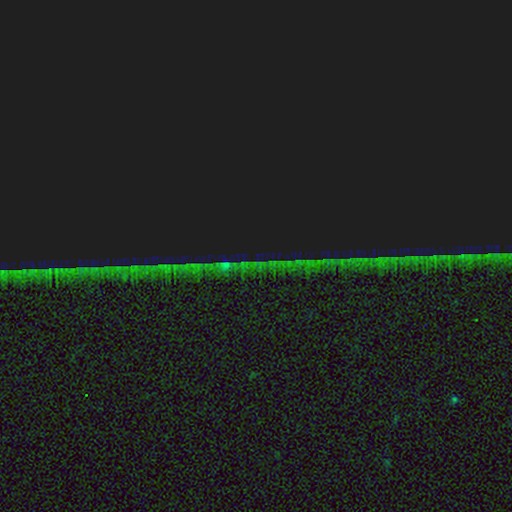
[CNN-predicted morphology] A star or artifact, not a galaxy (84%).

Vote fractions:
- Smooth or featured? star or artifact: 84% / featured or disk: 9% / smooth: 8%